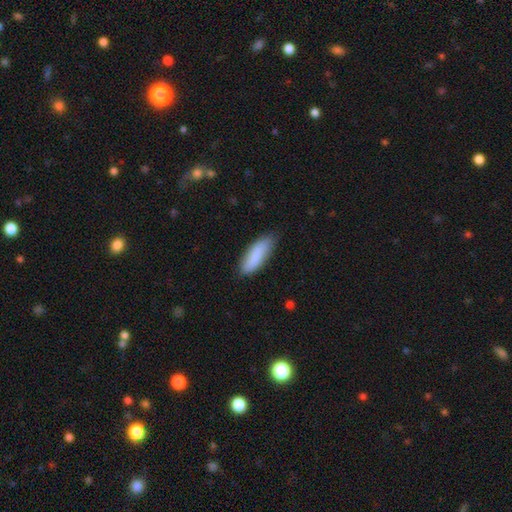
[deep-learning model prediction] smooth_or_featured: smooth (p=0.85) [alt: featured or disk p=0.10]
how_rounded: in between (p=0.56) [alt: cigar-shaped p=0.43]
merging: none (p=0.79) [alt: minor disturbance p=0.17]